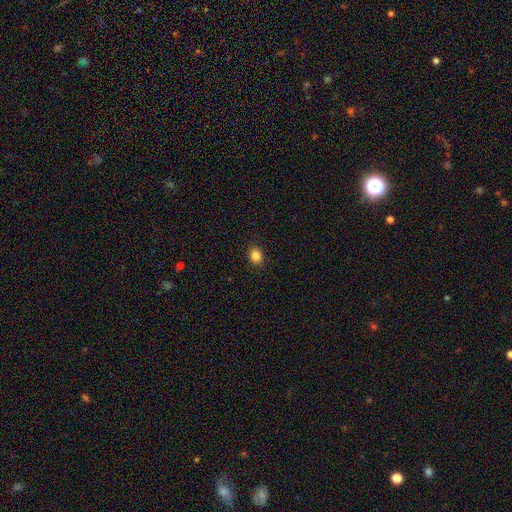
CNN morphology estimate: Smooth or featured? Predicted: smooth (p=0.86). How rounded? Predicted: round (p=0.53). Merging? Predicted: none (p=0.91).